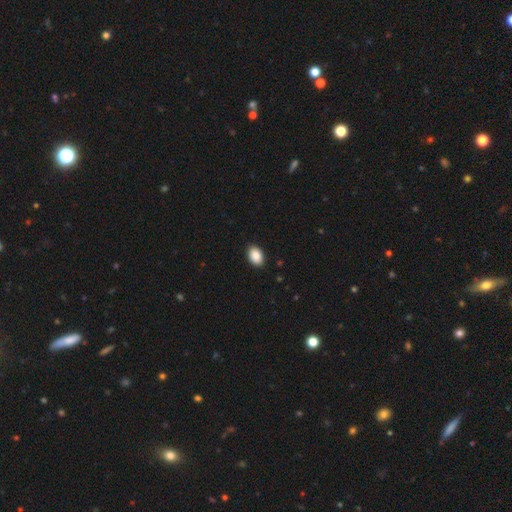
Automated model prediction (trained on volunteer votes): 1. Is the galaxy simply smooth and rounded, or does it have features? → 89% smooth, 7% star or artifact, 4% featured or disk.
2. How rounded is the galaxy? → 86% in between, 13% round, 1% cigar-shaped.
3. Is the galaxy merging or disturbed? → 90% none, 7% minor disturbance, 2% major disturbance, 1% merger.